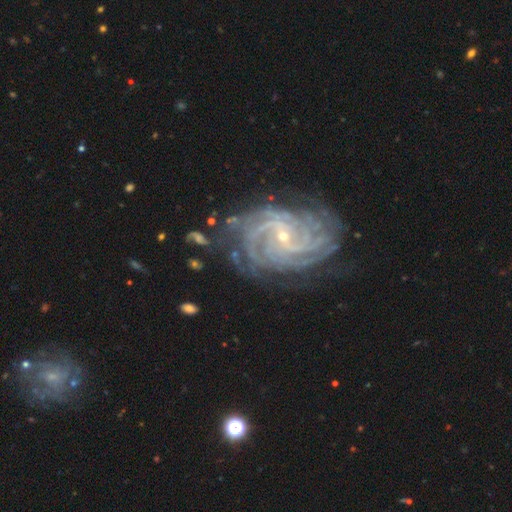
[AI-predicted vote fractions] The model was most divided on "spiral arm count": 4: 25%, more than 4: 24%, can't tell: 18%, 3: 13%, 2: 12%, 1: 9%. Remaining: spiral arms — yes (99%); edge-on disk — no (97%); smooth or featured — featured or disk (92%); bulge size — small (84%); merging — none (75%); spiral winding — tight (71%); bar — no (44%).